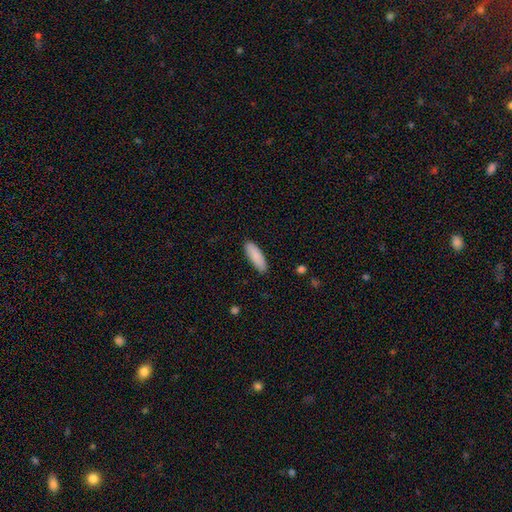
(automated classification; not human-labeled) A smooth galaxy with no disk features (88%) that is in between round and cigar-shaped (54%). Merging: none (88%).